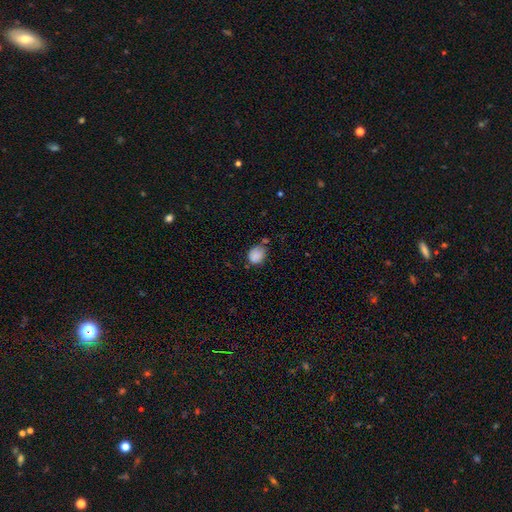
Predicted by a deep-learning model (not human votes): Smooth or featured: smooth — 81% (featured or disk — 10%)
How rounded: round — 51% (in between — 48%)
Merging: none — 62% (minor disturbance — 26%)